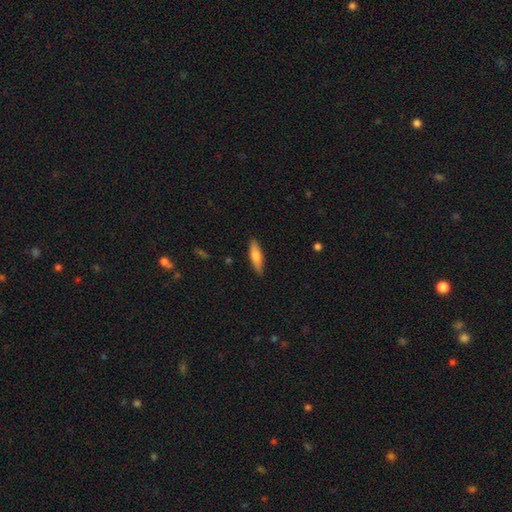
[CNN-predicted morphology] Q: Smooth or featured?
A: smooth (71%); runner-up: featured or disk (24%)
Q: How rounded?
A: cigar-shaped (63%); runner-up: in between (36%)
Q: Merging?
A: none (88%); runner-up: minor disturbance (9%)